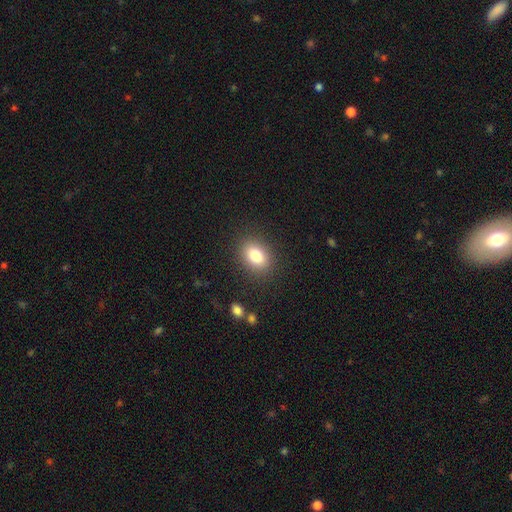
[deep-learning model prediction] Smooth or featured? smooth (83%)
How rounded? in between (68%)
Merging? none (86%)